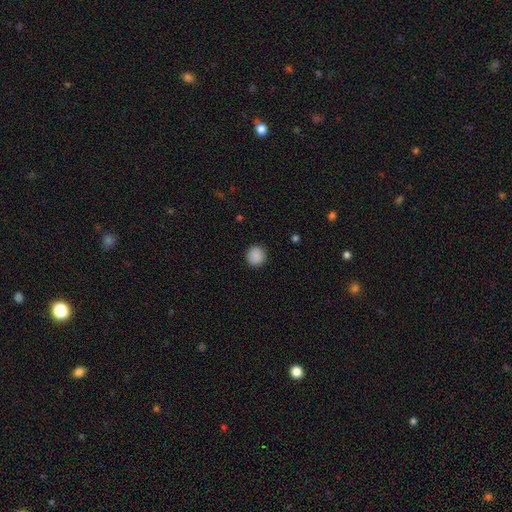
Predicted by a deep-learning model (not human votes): A smooth galaxy with no disk features (89%) that is round (93%). Merging: none (91%).